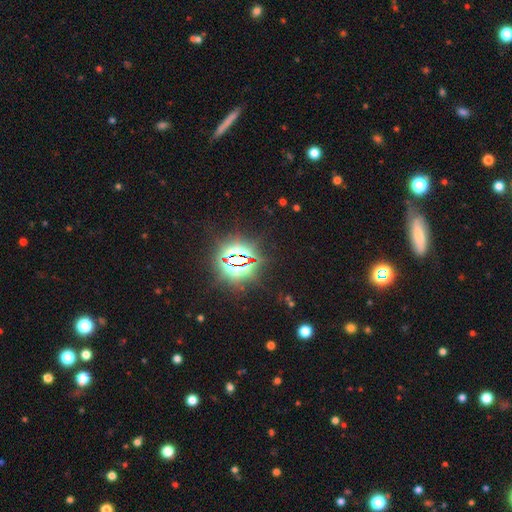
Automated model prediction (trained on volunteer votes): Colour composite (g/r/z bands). It shows a star or artifact, not a galaxy (80%).